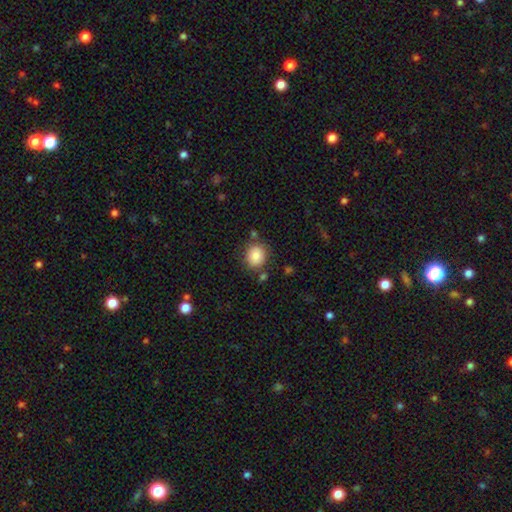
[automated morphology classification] A smooth galaxy with no disk features (85%) that is round (75%). Merging: none (77%).